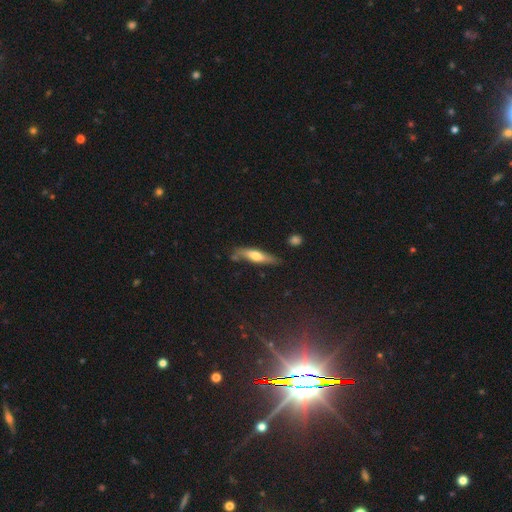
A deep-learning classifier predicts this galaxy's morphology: This appears to be a smooth galaxy with no disk features (53%) that is cigar-shaped (74%). Merging: none (68%).